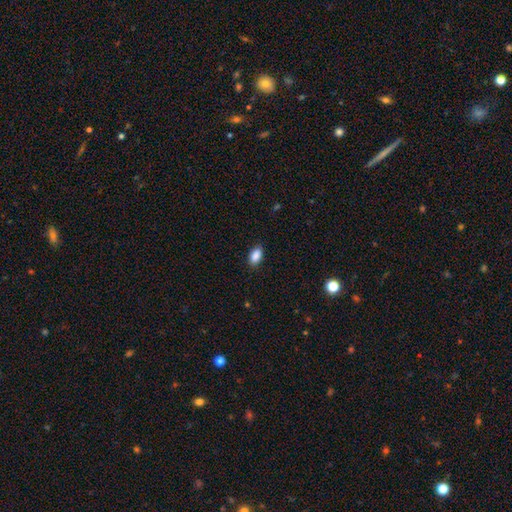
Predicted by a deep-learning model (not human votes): Smooth or featured? Predicted: smooth (p=0.89). How rounded? Predicted: in between (p=0.92). Merging? Predicted: none (p=0.88).